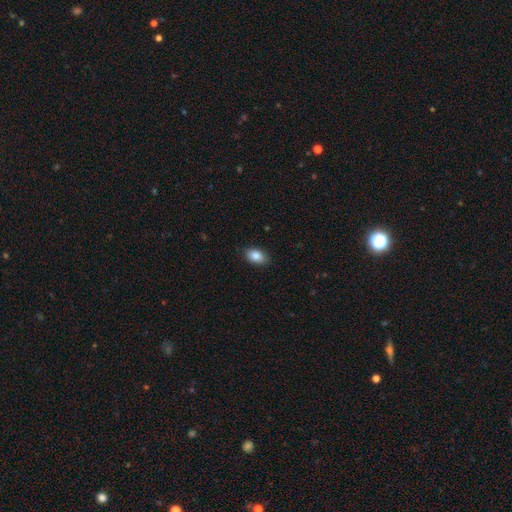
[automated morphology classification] A smooth galaxy with no disk features (87%) that is in between round and cigar-shaped (86%).

Vote fractions:
- Smooth or featured? smooth: 87% / star or artifact: 8% / featured or disk: 5%
- How rounded? in between: 86% / round: 13% / cigar-shaped: 1%
- Merging? none: 87% / minor disturbance: 10% / major disturbance: 2% / merger: 1%